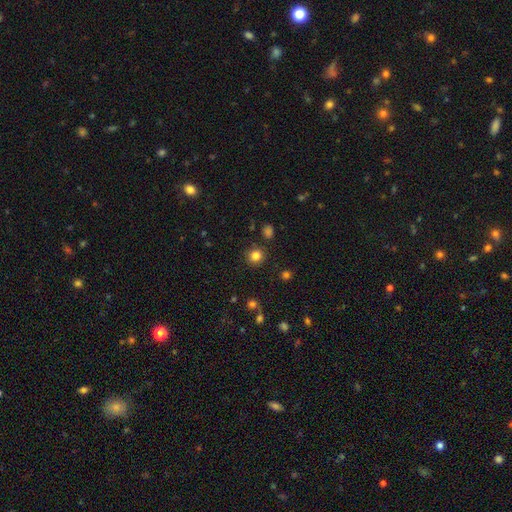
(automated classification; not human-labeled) This appears to be a smooth galaxy with no disk features (82%) that is round (90%). Merging: none (89%).